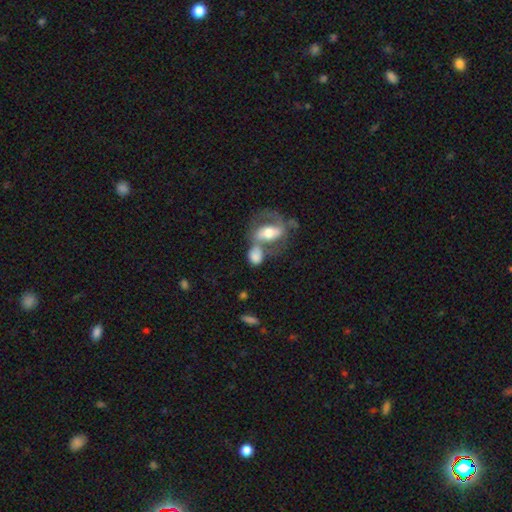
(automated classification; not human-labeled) Overall: smooth (52%; featured or disk 40%). How rounded: in between (72%). Merging: merger (52%; none 27%).